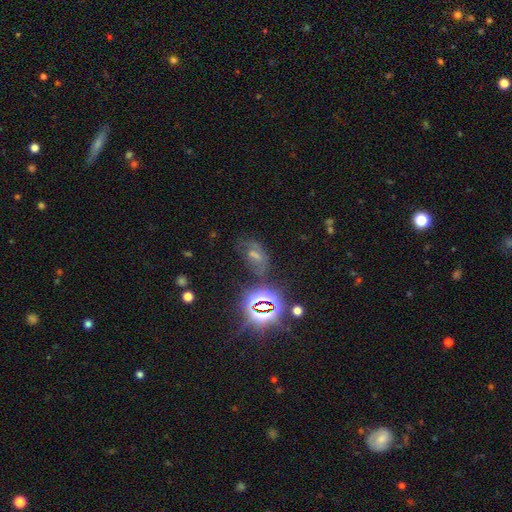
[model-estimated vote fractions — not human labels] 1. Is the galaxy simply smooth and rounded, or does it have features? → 37% smooth (tied), 37% star or artifact (tied), 26% featured or disk.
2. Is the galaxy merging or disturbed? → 49% none, 23% minor disturbance, 19% major disturbance, 9% merger.